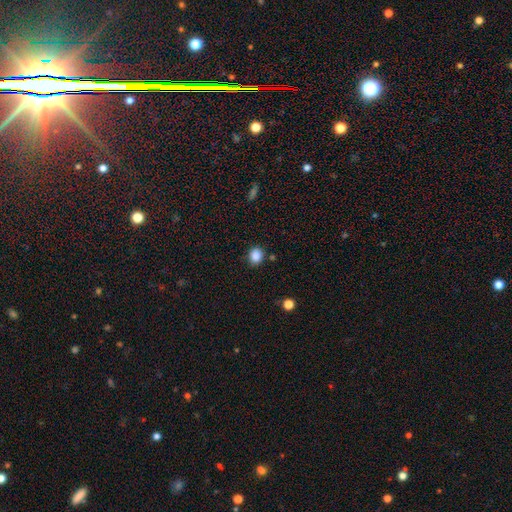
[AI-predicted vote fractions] A smooth galaxy with no disk features (87%) that is round (72%).

Vote fractions:
- Smooth or featured? smooth: 87% / star or artifact: 10% / featured or disk: 3%
- How rounded? round: 72% / in between: 27% / cigar-shaped: 1%
- Merging? none: 83% / minor disturbance: 11% / merger: 3% / major disturbance: 3%